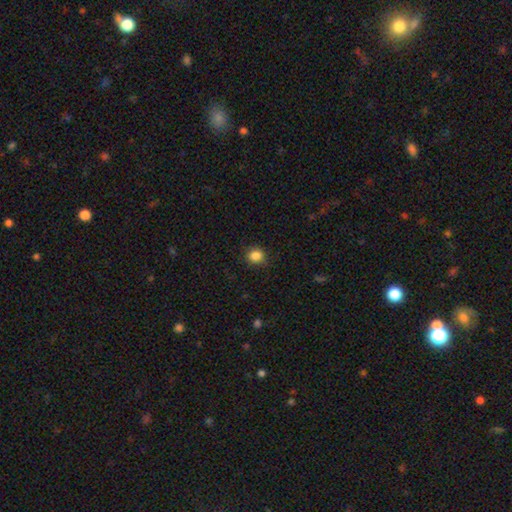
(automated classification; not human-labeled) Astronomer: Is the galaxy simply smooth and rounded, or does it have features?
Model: smooth — 86%.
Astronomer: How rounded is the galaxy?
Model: round — 81%.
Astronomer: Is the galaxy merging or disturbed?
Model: none — 86%.